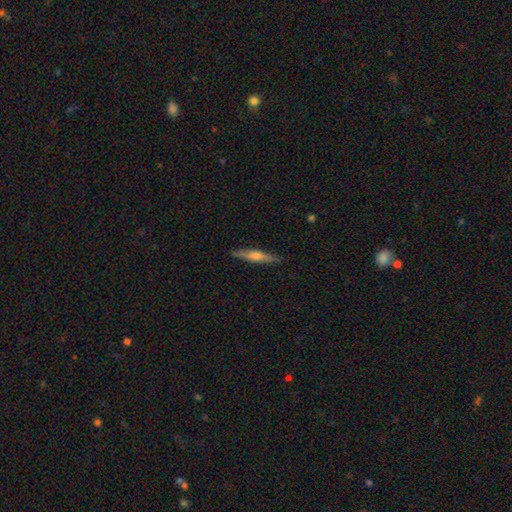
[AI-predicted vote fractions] A featured or disk galaxy (55%) viewed edge-on (95%) with a rounded central bulge (83%).

Vote fractions:
- Smooth or featured? featured or disk: 55% / smooth: 39% / star or artifact: 6%
- Edge-on disk? yes: 95% / no: 5%
- Edge-on bulge? rounded: 83% / none: 10% / boxy: 6%
- Merging? none: 89% / minor disturbance: 8% / major disturbance: 2% / merger: 1%